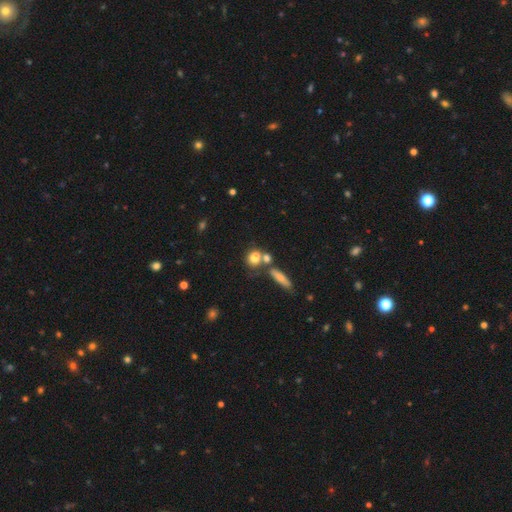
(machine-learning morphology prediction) Smooth or featured? smooth (76%)
How rounded? round (56%)
Merging? none (49%)